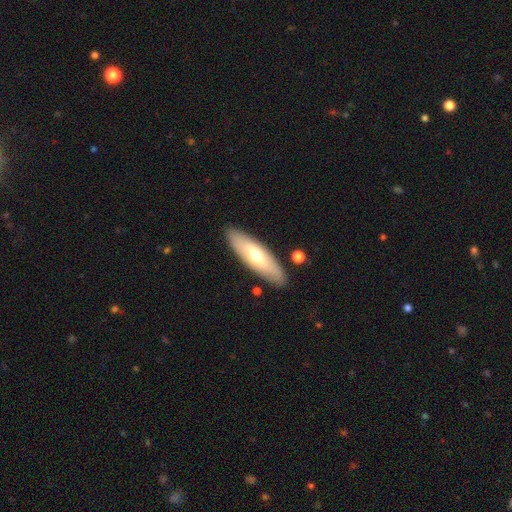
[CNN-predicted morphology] Smooth or featured?
  - smooth: 54% *
  - featured or disk: 40%
  - star or artifact: 6%
How rounded?
  - cigar-shaped: 49% * (tied)
  - in between: 49% * (tied)
  - round: 2%
Merging?
  - none: 87% *
  - minor disturbance: 9%
  - major disturbance: 2%
  - merger: 2%